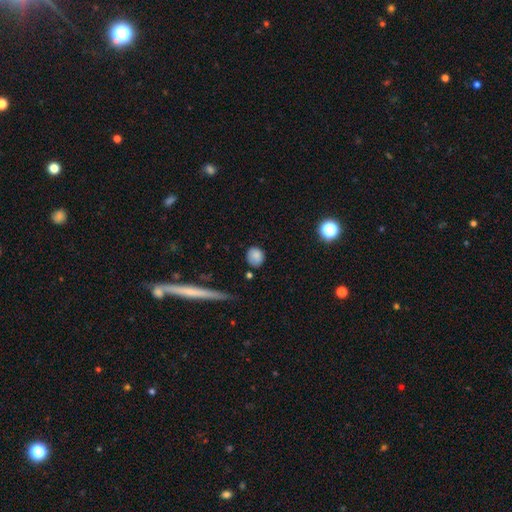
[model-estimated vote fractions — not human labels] This is clearly a smooth galaxy (82%). How rounded: likely round (75%). Merging: likely none (75%).